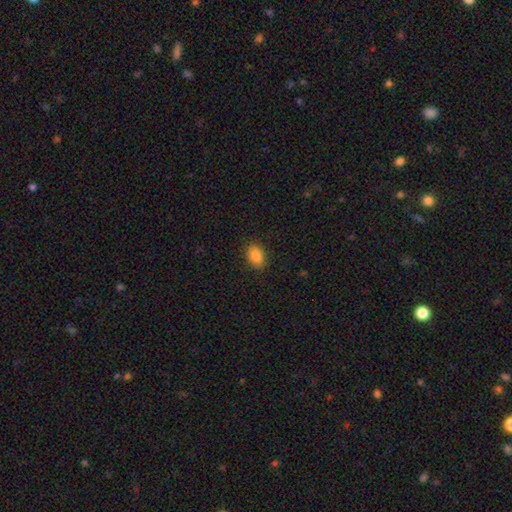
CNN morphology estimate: Smooth or featured?
  - smooth: 86% *
  - star or artifact: 9%
  - featured or disk: 5%
How rounded?
  - in between: 82% *
  - round: 16%
  - cigar-shaped: 1%
Merging?
  - none: 88% *
  - minor disturbance: 9%
  - major disturbance: 2%
  - merger: 1%